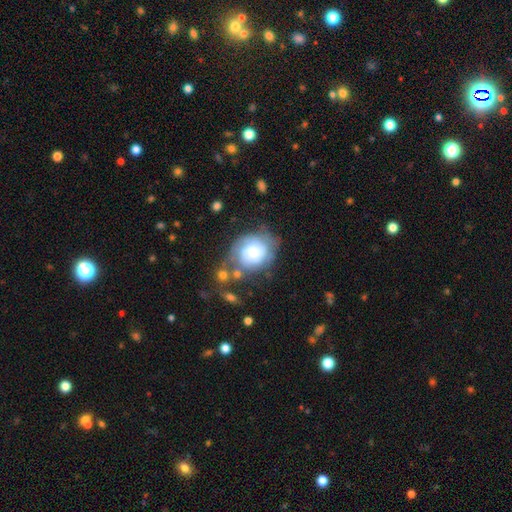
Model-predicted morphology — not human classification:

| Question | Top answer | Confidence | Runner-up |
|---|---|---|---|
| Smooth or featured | featured or disk | 52% | smooth (41%) |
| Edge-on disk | no | 97% | yes (3%) |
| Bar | no | 77% | weak (20%) |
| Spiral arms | yes | 72% | no (28%) |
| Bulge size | small | 40% | tied: moderate (40%) |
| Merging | none | 47% | minor disturbance (25%) |